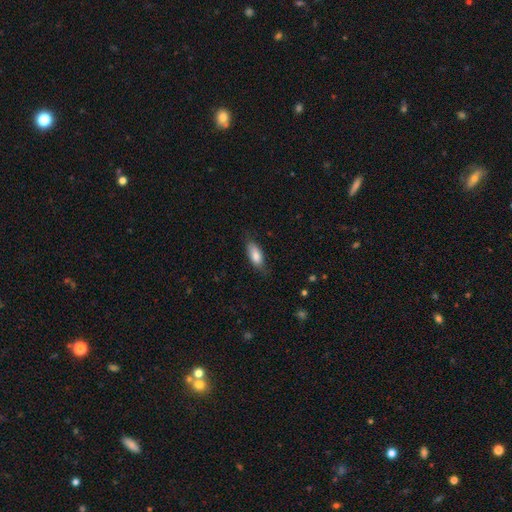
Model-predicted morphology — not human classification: type=smooth (81%); roundness=in between (79%); merging=none (75%).